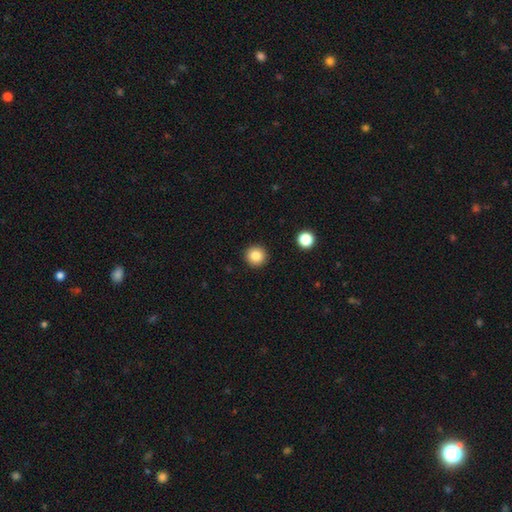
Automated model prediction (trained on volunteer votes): This is clearly a smooth galaxy (84%). How rounded: clearly round (95%). Merging: clearly none (92%).